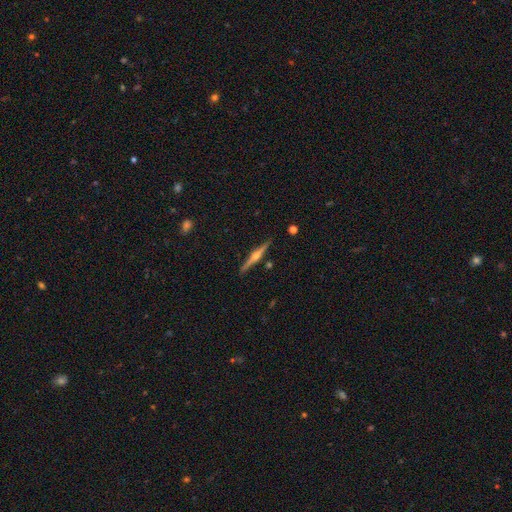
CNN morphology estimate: Smooth or featured?
  - featured or disk: 82% *
  - smooth: 13%
  - star or artifact: 6%
Edge-on disk?
  - yes: 98% *
  - no: 2%
Edge-on bulge?
  - rounded: 94% *
  - boxy: 3%
  - none: 3%
Merging?
  - none: 91% *
  - minor disturbance: 7%
  - merger: 2%
  - major disturbance: 1%